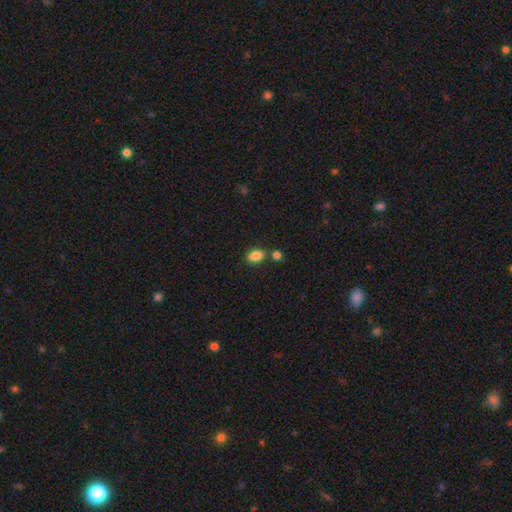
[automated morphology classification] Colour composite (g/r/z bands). It shows a smooth galaxy with no disk features (86%) that is in between round and cigar-shaped (83%). Merging: none (71%).